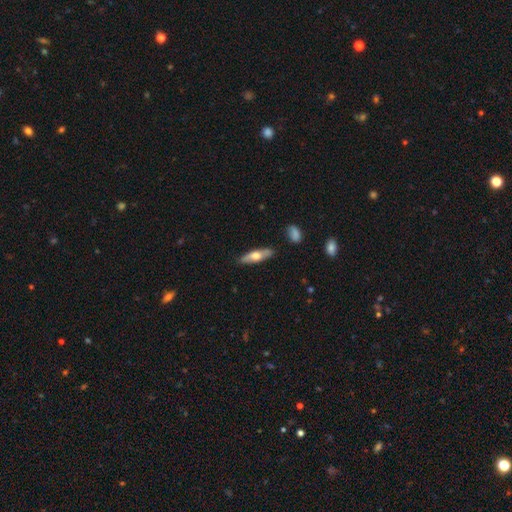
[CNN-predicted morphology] Q: Smooth or featured?
A: smooth (53%); runner-up: featured or disk (42%)
Q: How rounded?
A: cigar-shaped (54%); runner-up: in between (43%)
Q: Merging?
A: none (83%); runner-up: minor disturbance (12%)